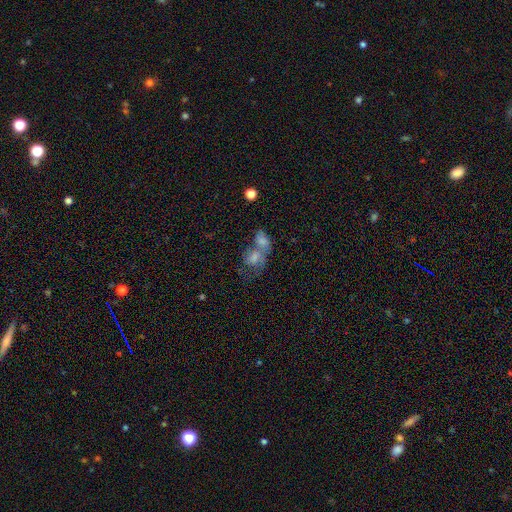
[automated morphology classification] This is possibly a smooth galaxy (49%). Merging: likely merger (64%).